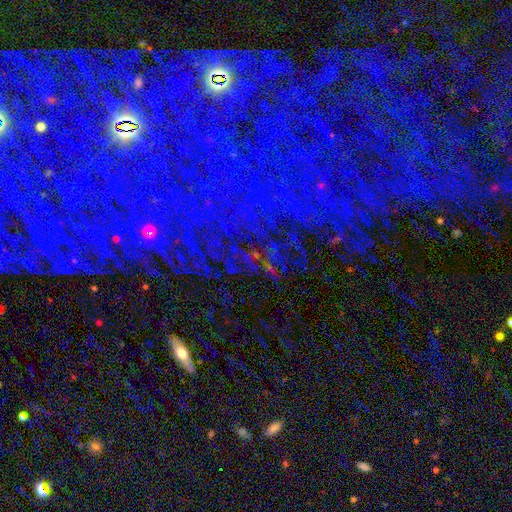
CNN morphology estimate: smooth_or_featured: star or artifact (p=0.74) [alt: smooth p=0.13]